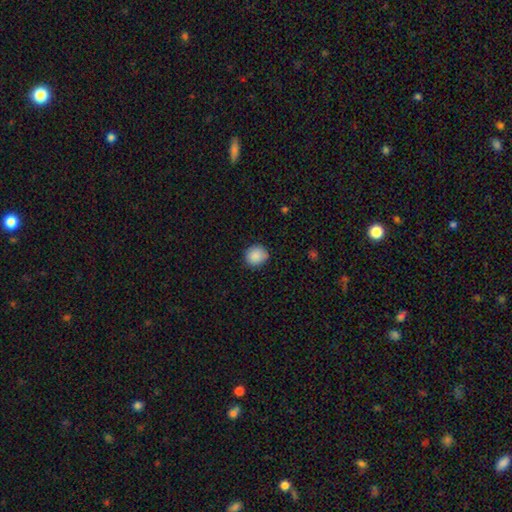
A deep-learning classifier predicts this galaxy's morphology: A smooth galaxy with no disk features (88%) that is round (82%). Merging: none (83%).